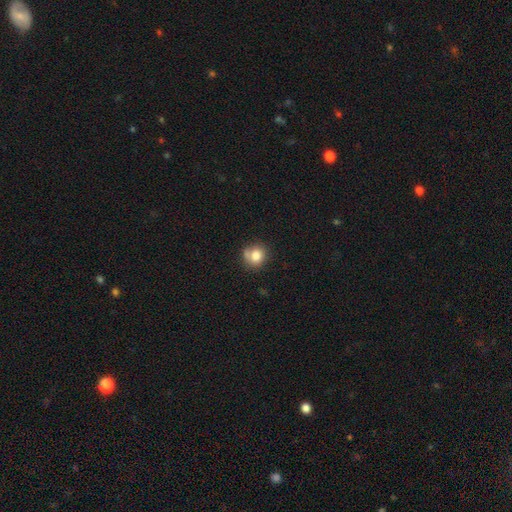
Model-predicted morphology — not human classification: type=smooth (79%); roundness=round (81%); merging=none (57%).